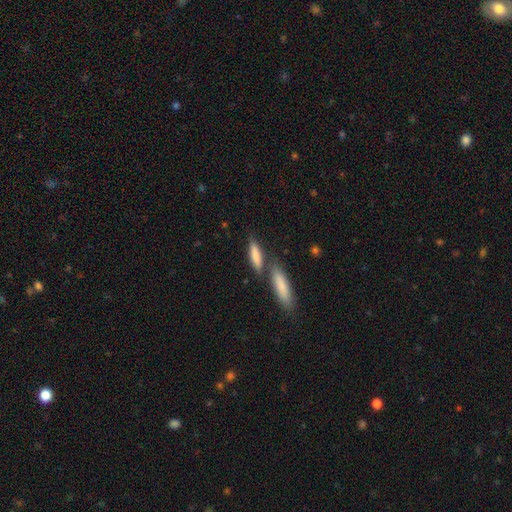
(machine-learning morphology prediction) A smooth galaxy with no disk features (79%) that is cigar-shaped (66%). Merging: none (55%).